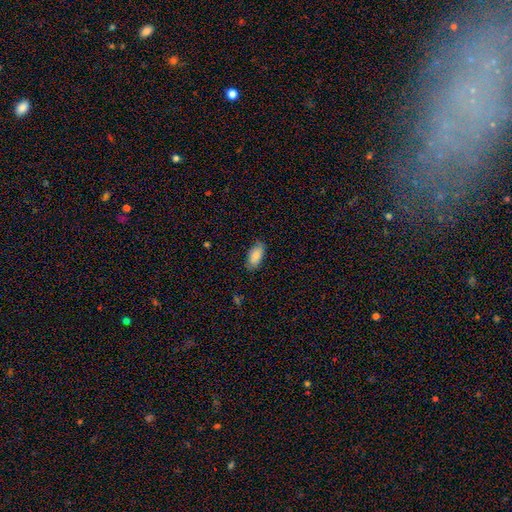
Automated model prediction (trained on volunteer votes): Overall: smooth (86%). How rounded: in between (92%). Merging: none (81%).